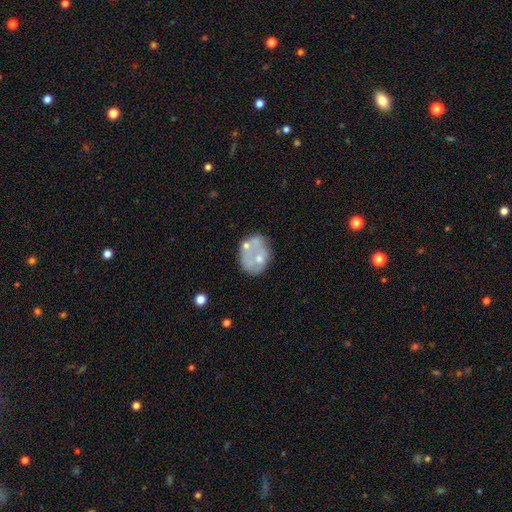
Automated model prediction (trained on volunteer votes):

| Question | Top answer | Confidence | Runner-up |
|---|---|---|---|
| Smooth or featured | featured or disk | 47% | smooth (44%) |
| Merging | none | 43% | minor disturbance (22%) |